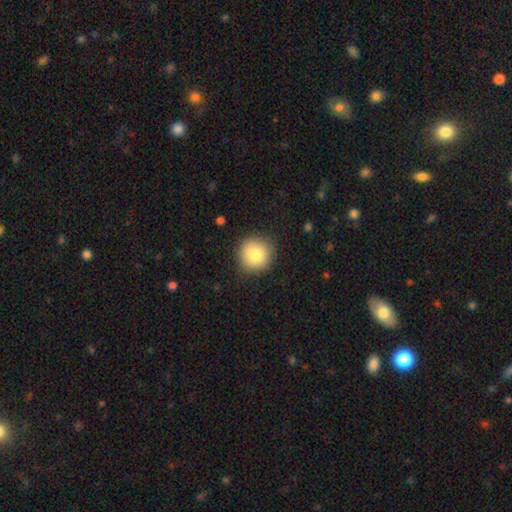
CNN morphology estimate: Overall: smooth (82%). How rounded: round (89%). Merging: none (86%).